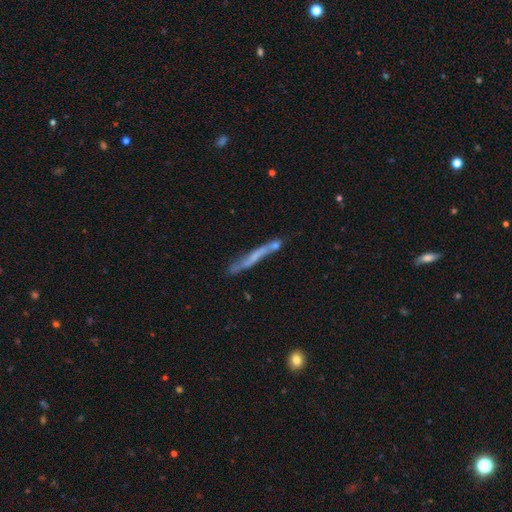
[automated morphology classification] Q: Smooth or featured?
A: featured or disk (54%); runner-up: smooth (37%)
Q: Edge-on disk?
A: yes (78%); runner-up: no (22%)
Q: Merging?
A: none (58%); runner-up: minor disturbance (21%)